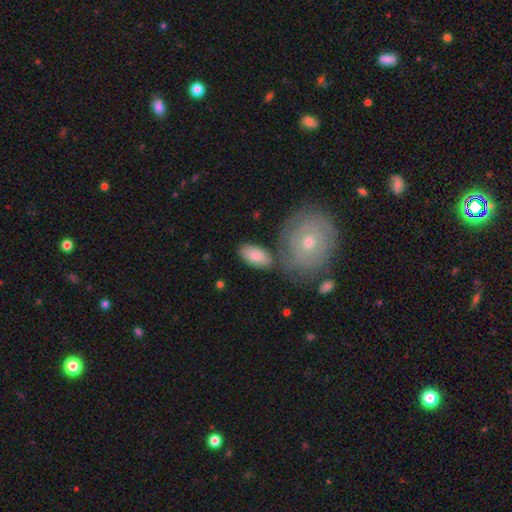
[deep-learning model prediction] The model was most divided on "merging": none: 68%, minor disturbance: 15%, merger: 12%, major disturbance: 5%. More confident: how rounded — in between (92%); smooth or featured — smooth (79%).